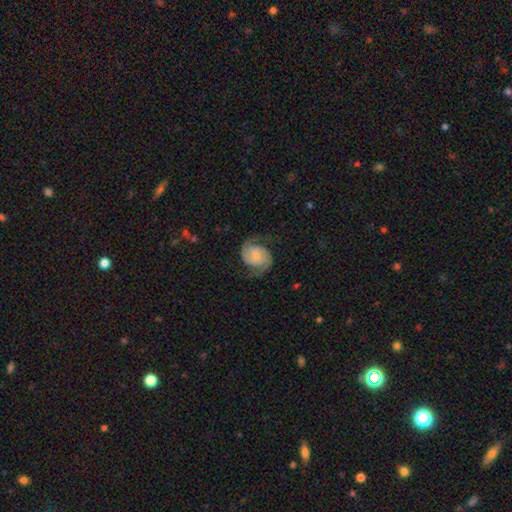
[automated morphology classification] smooth-or-featured: featured or disk: 86% | smooth: 9% | star or artifact: 5%
  disk-edge-on: no: 98% | yes: 2%
    bar: no: 55% | weak: 35% | strong: 9%
    has-spiral-arms: yes: 97% | no: 3%
      spiral-winding: medium: 50% | loose: 25% | tight: 25%
      spiral-arm-count: 2: 94% | can't tell: 2% | 1: 1% | 3: 1% | 4: 1% | more than 4: 1%
    bulge-size: small: 54% | moderate: 31% | none: 9% | large: 4% | dominant: 2%
  merging: none: 77% | minor disturbance: 13% | major disturbance: 8% | merger: 1%